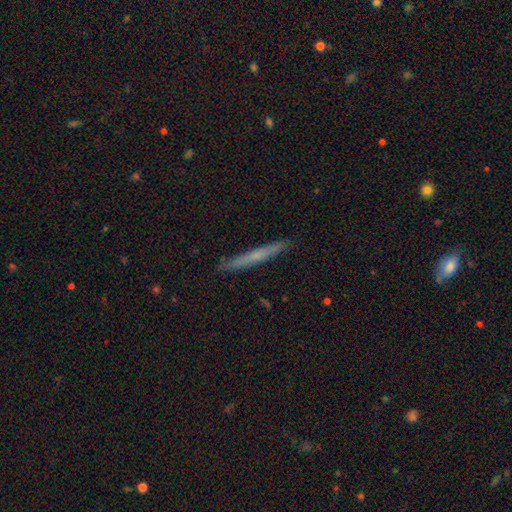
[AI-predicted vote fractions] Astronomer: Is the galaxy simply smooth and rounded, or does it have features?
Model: smooth — 53% (runner-up: featured or disk, 41%).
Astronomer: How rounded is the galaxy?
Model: cigar-shaped — 97%.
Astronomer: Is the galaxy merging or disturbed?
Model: none — 90%.